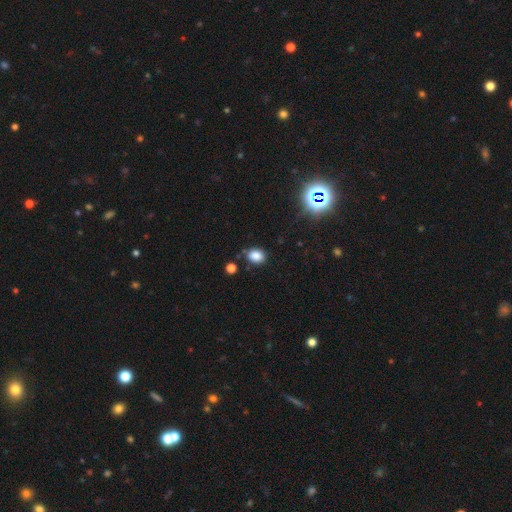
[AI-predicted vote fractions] Smooth or featured? Predicted: smooth (p=0.83). How rounded? Predicted: in between (p=0.56). Merging? Predicted: none (p=0.78).